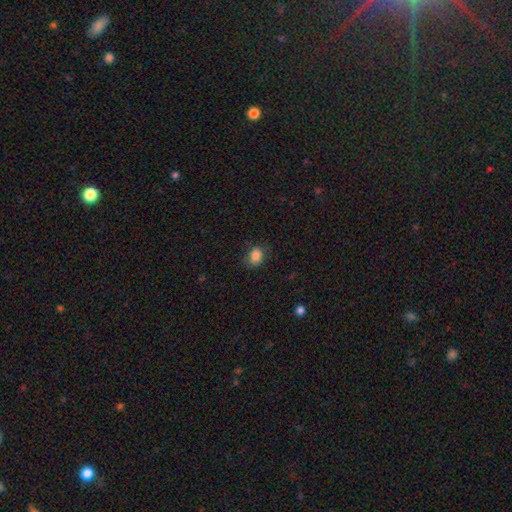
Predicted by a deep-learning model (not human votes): This appears to be a smooth galaxy with no disk features (85%) that is in between round and cigar-shaped (57%). Merging: none (77%).